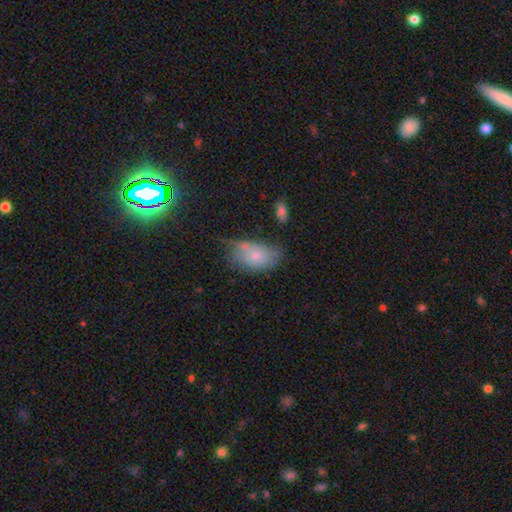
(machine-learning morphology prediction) A smooth galaxy with no disk features (74%) that is in between round and cigar-shaped (91%).

Vote fractions:
- Smooth or featured? smooth: 74% / featured or disk: 18% / star or artifact: 8%
- How rounded? in between: 91% / round: 7% / cigar-shaped: 2%
- Merging? none: 44% / minor disturbance: 35% / major disturbance: 13% / merger: 7%